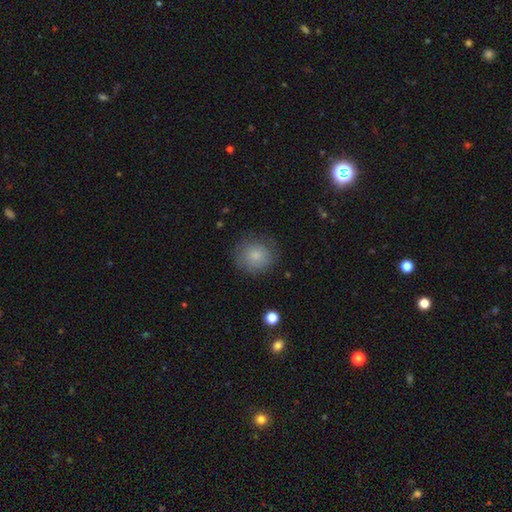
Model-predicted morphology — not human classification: The model was most divided on "merging": none: 79%, minor disturbance: 15%, major disturbance: 5%, merger: 1%. More confident: how rounded — round (88%); smooth or featured — smooth (81%).